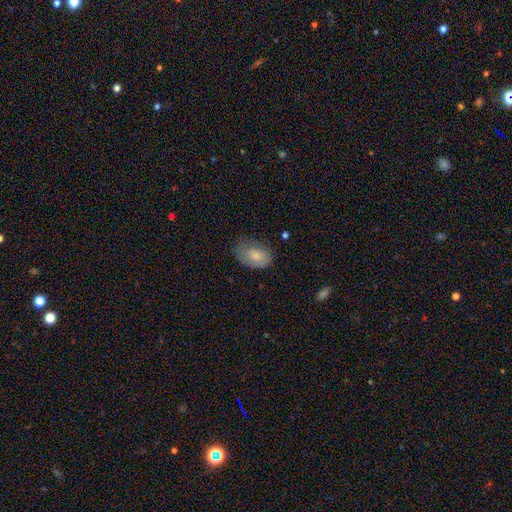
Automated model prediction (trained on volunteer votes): Q: Smooth or featured?
A: smooth (79%); runner-up: featured or disk (14%)
Q: How rounded?
A: in between (87%); runner-up: round (12%)
Q: Merging?
A: none (59%); runner-up: minor disturbance (29%)